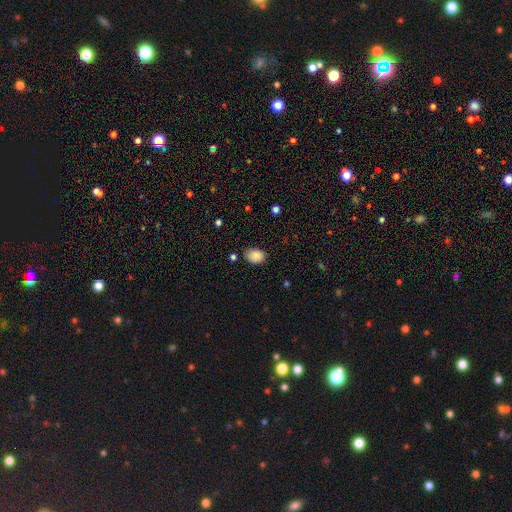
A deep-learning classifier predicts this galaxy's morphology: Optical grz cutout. It shows a smooth galaxy with no disk features (88%) that is in between round and cigar-shaped (75%). Merging: none (83%).